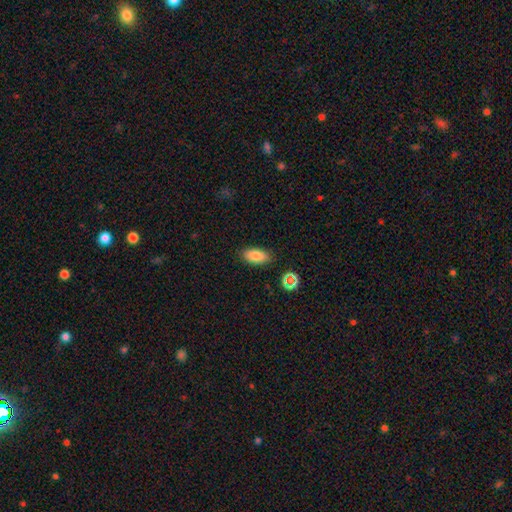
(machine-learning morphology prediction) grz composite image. It shows a smooth galaxy with no disk features (82%) that is in between round and cigar-shaped (90%). Merging: none (86%).